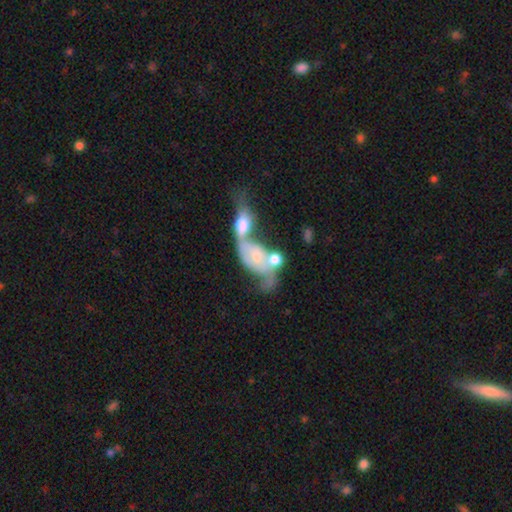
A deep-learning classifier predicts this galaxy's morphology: This appears to be a featured or disk galaxy (66%) with no bar (72%), spiral arms (75%) and a small central bulge (46%). Merging: merger (62%).